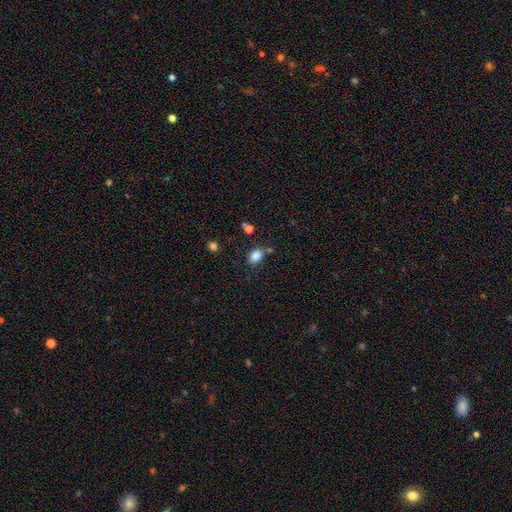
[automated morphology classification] This appears to be a smooth galaxy with no disk features (85%) that is in between round and cigar-shaped (82%). Merging: none (71%).